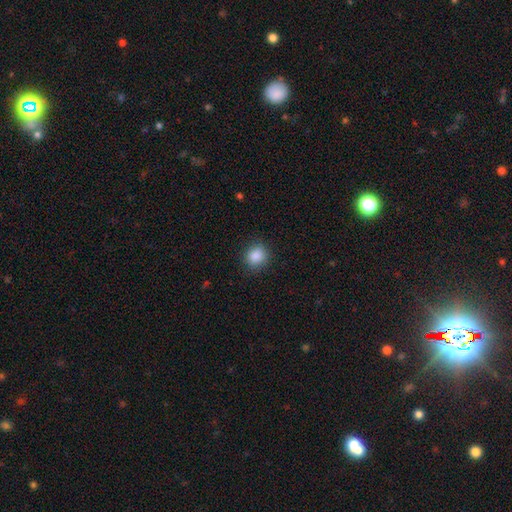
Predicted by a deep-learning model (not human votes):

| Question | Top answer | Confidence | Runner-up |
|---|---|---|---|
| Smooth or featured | smooth | 87% | star or artifact (9%) |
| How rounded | round | 80% | in between (19%) |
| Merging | none | 85% | minor disturbance (11%) |